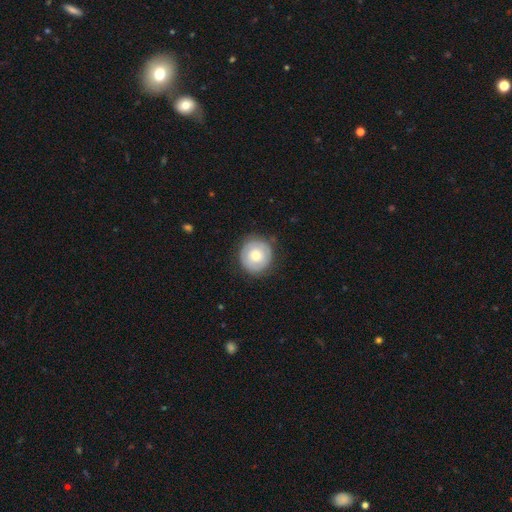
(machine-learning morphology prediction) Overall: smooth (53%; featured or disk 40%). How rounded: round (93%). Merging: none (81%).